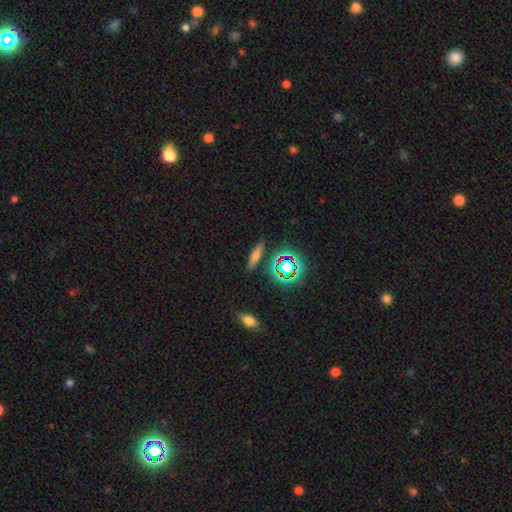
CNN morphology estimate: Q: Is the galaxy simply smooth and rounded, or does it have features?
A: smooth — 56%.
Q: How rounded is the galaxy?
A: cigar-shaped — 67%.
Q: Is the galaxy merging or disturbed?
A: none — 85%.